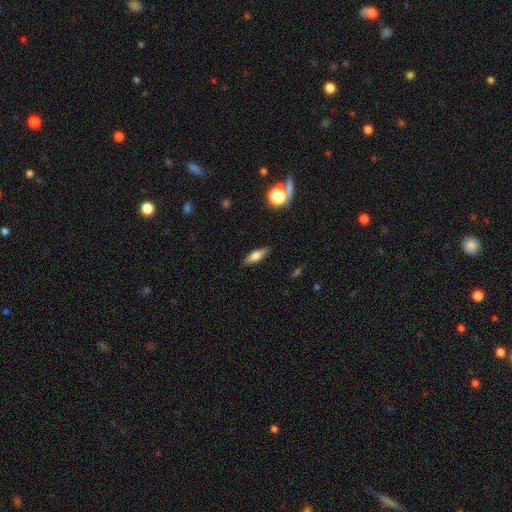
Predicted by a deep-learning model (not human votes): Smooth or featured?
  - smooth: 60% *
  - featured or disk: 32%
  - star or artifact: 8%
How rounded?
  - cigar-shaped: 49% *
  - in between: 48%
  - round: 4%
Merging?
  - none: 87% *
  - minor disturbance: 9%
  - major disturbance: 2%
  - merger: 1%